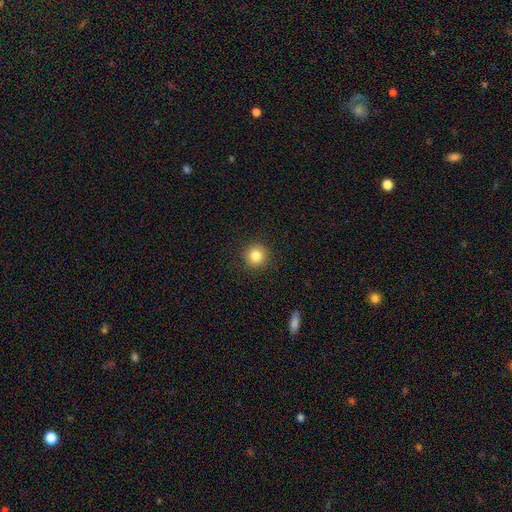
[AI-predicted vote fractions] This is clearly a smooth galaxy (83%). How rounded: clearly round (94%). Merging: clearly none (91%).